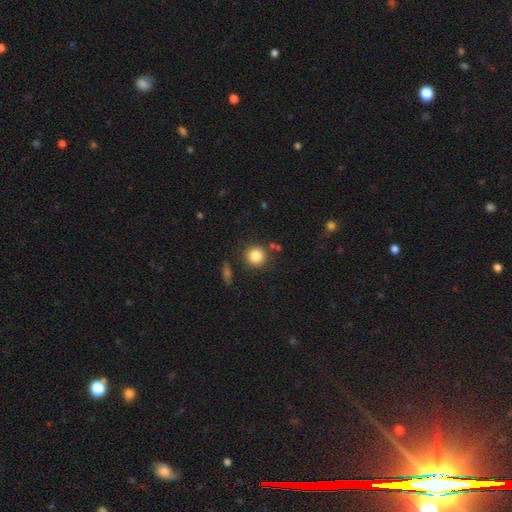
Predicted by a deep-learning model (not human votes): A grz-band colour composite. It shows a smooth galaxy with no disk features (84%) that is round (92%). Merging: none (84%).